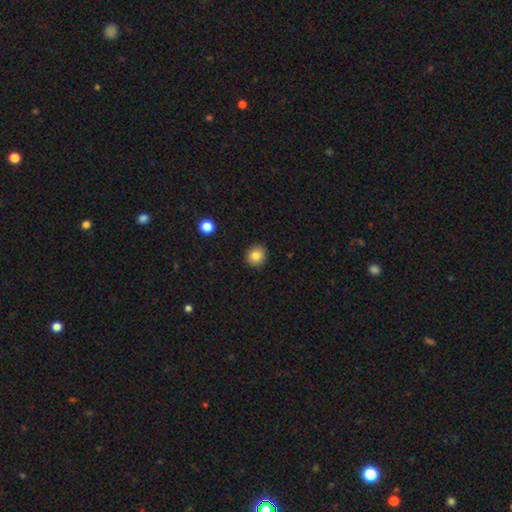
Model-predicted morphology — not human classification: Smooth or featured: smooth — 83% (star or artifact — 10%)
How rounded: round — 89% (in between — 10%)
Merging: none — 90% (minor disturbance — 7%)